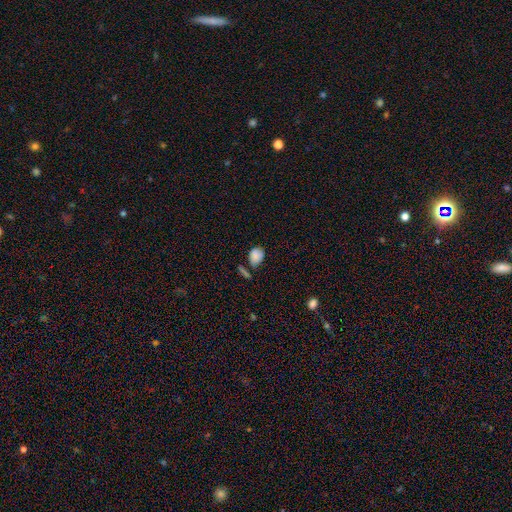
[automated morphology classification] This appears to be a smooth galaxy with no disk features (83%) that is in between round and cigar-shaped (60%). Merging: none (58%).